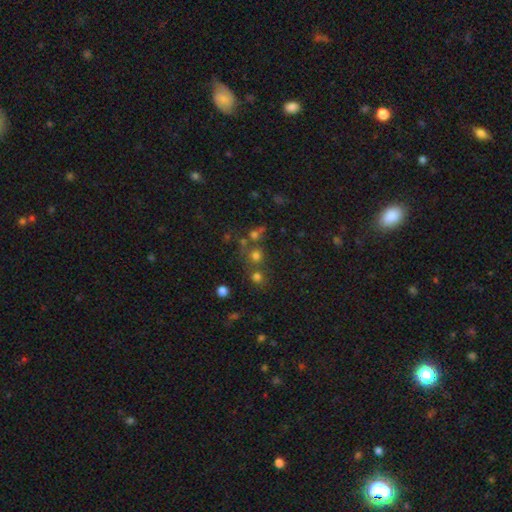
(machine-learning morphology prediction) Overall: smooth (66%). How rounded: round (89%). Merging: none (62%; merger 26%).